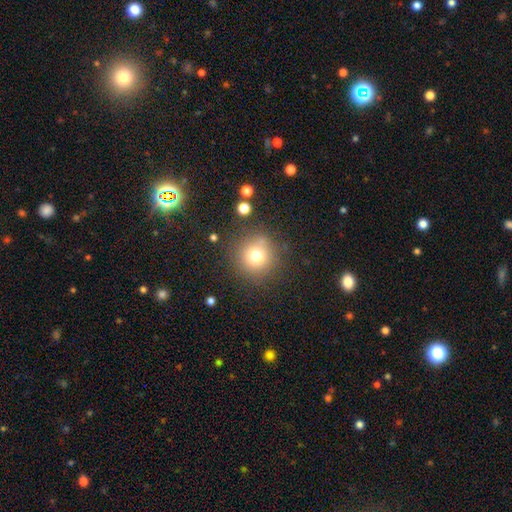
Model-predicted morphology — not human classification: type=smooth (75%); roundness=round (94%); merging=none (82%).